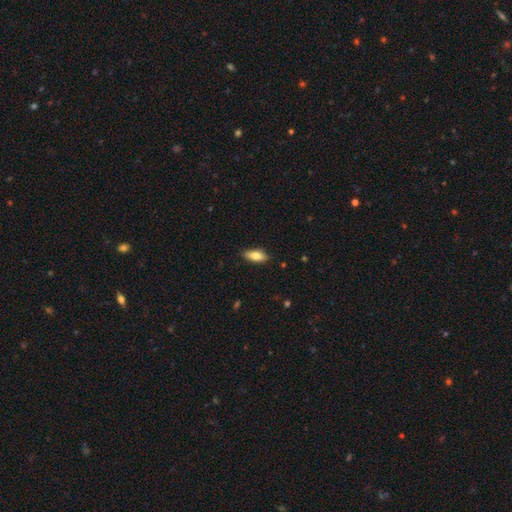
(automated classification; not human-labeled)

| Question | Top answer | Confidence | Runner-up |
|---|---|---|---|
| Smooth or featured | smooth | 73% | featured or disk (21%) |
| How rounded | in between | 75% | cigar-shaped (22%) |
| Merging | none | 87% | minor disturbance (10%) |